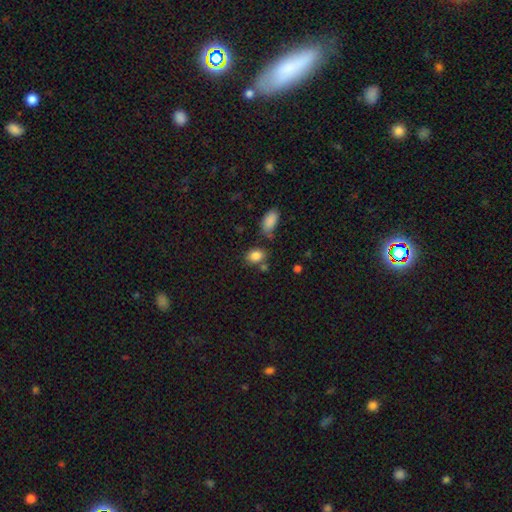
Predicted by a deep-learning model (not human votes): Morphology: type=smooth (84%); roundness=in between (68%); merging=none (65%).